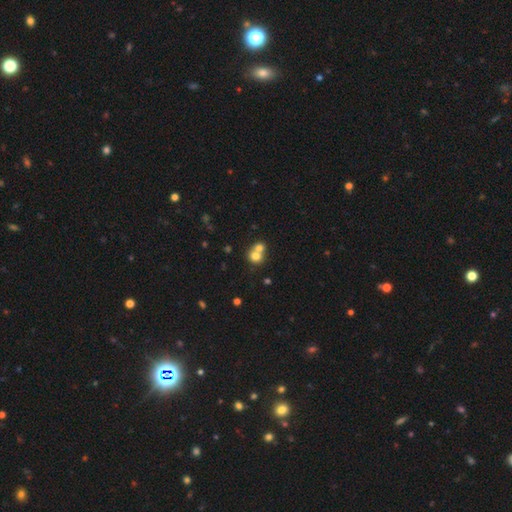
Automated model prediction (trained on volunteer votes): Smooth or featured? smooth (73%)
How rounded? round (78%)
Merging? merger (61%)